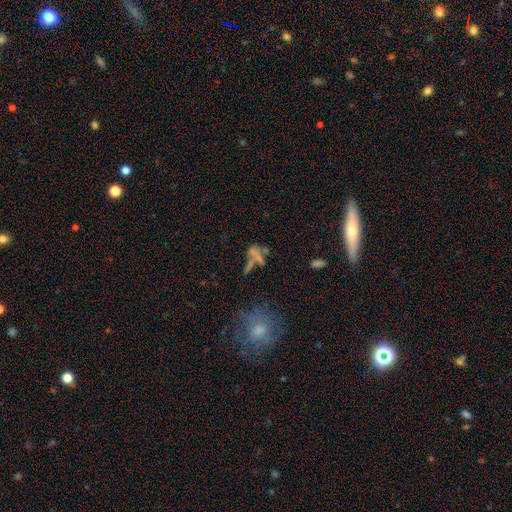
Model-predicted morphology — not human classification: A smooth galaxy with no disk features (49%).

Vote fractions:
- Smooth or featured? smooth: 49% / featured or disk: 28% / star or artifact: 22%
- Merging? merger: 40% / none: 32% / major disturbance: 16% / minor disturbance: 12%